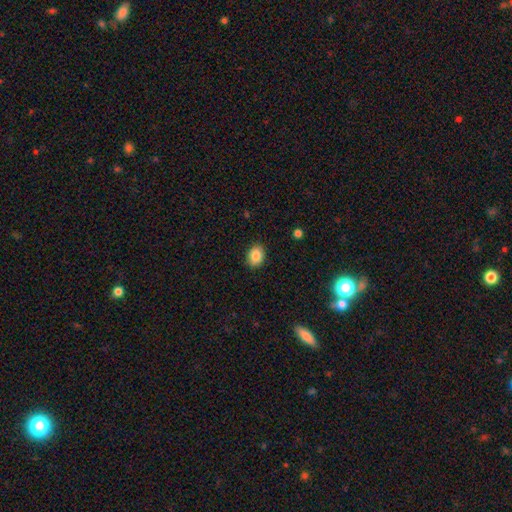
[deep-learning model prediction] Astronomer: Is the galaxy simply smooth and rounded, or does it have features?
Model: smooth — 86%.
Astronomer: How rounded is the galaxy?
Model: in between — 65%.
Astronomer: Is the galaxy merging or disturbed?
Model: none — 89%.